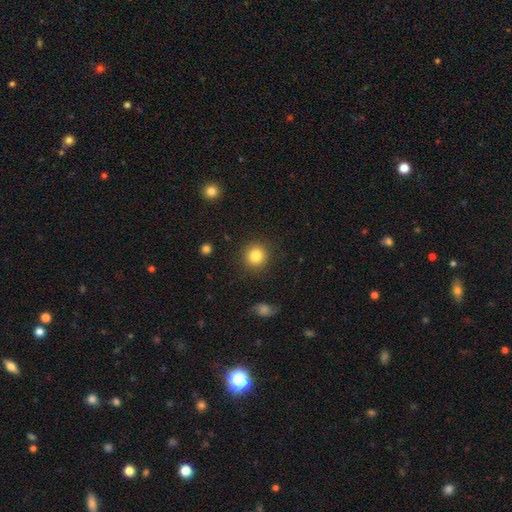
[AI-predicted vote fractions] This appears to be a smooth galaxy with no disk features (84%) that is round (92%). Merging: none (90%).